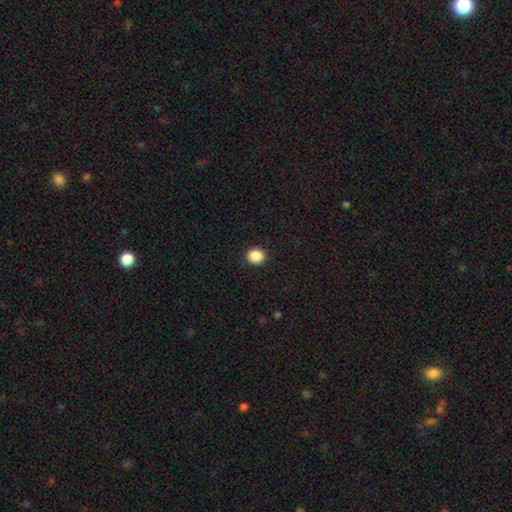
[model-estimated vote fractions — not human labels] smooth_or_featured: smooth (p=0.88) [alt: star or artifact p=0.09]
how_rounded: round (p=0.83) [alt: in between p=0.17]
merging: none (p=0.91) [alt: minor disturbance p=0.06]